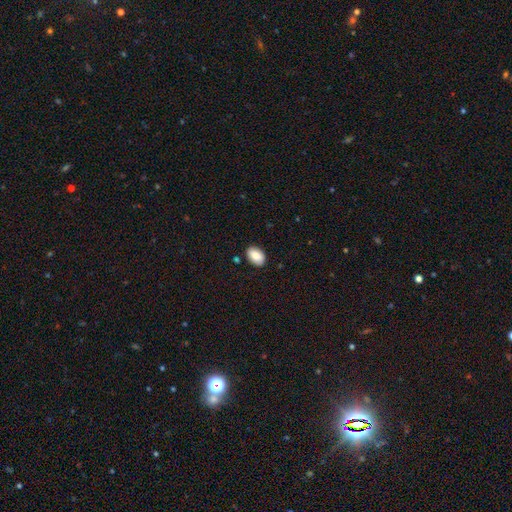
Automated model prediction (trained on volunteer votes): Smooth or featured? smooth (84%)
How rounded? in between (88%)
Merging? none (87%)